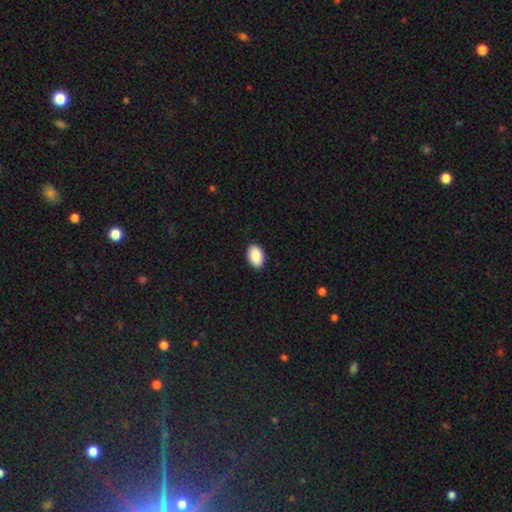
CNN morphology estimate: Smooth or featured?
  - smooth: 90% *
  - star or artifact: 6%
  - featured or disk: 3%
How rounded?
  - in between: 90% *
  - round: 9%
  - cigar-shaped: 1%
Merging?
  - none: 90% *
  - minor disturbance: 7%
  - major disturbance: 2%
  - merger: 1%